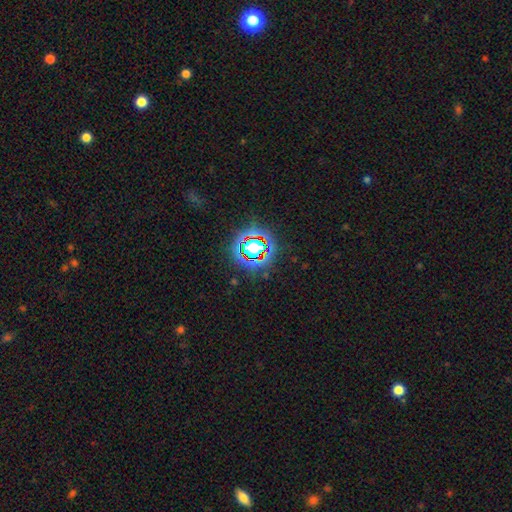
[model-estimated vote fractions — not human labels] The model was most divided on "smooth or featured": star or artifact: 79%, smooth: 12%, featured or disk: 9%.